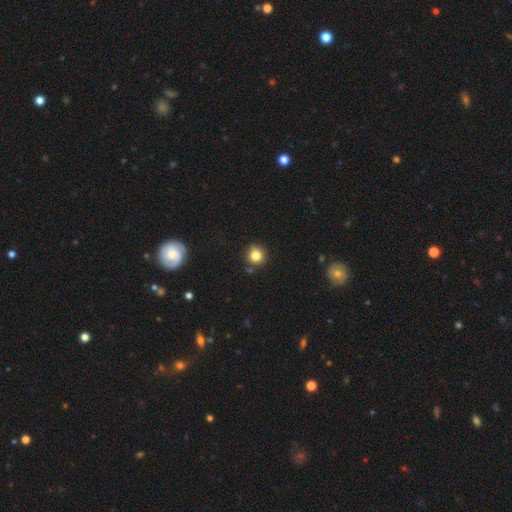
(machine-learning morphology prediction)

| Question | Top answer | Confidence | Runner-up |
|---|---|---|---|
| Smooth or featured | smooth | 81% | star or artifact (13%) |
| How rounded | round | 91% | in between (8%) |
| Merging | none | 80% | minor disturbance (12%) |